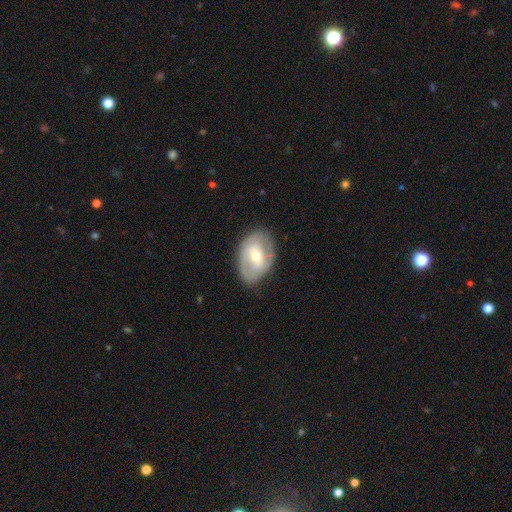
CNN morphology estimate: Smooth or featured? featured or disk (66%)
Edge-on disk? no (95%)
Bar? weak (43%)
Spiral arms? yes (69%)
Bulge size? moderate (60%)
Merging? none (76%)